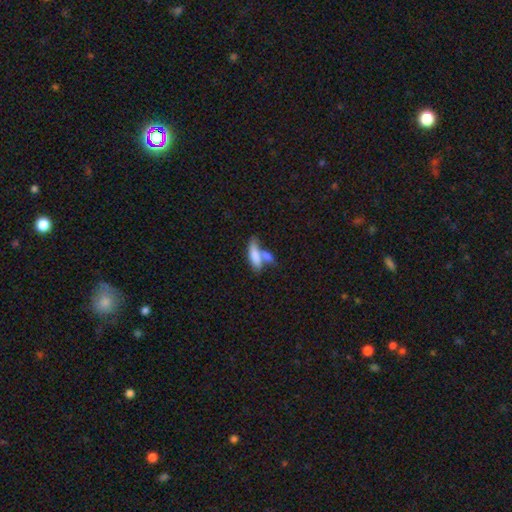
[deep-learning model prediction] smooth 75%, featured or disk 18%, star or artifact 7%. Down the decision tree: how rounded — in between (56%); merging — merger (55%).